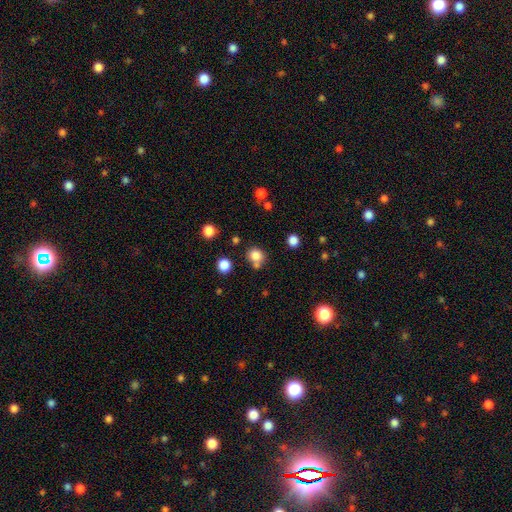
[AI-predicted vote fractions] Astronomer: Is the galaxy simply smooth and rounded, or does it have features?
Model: smooth — 81%.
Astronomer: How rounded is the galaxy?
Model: round — 82%.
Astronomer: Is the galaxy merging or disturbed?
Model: none — 66%.